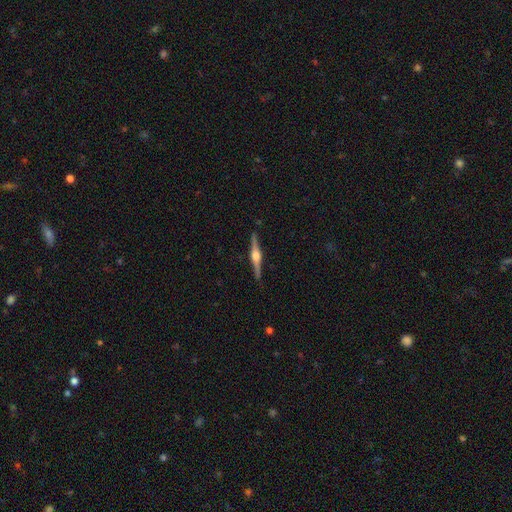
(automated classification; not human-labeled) Smooth or featured: featured or disk — 84% (smooth — 11%)
Edge-on disk: yes — 98% (no — 2%)
Edge-on bulge: rounded — 90% (boxy — 8%)
Merging: none — 90% (minor disturbance — 7%)